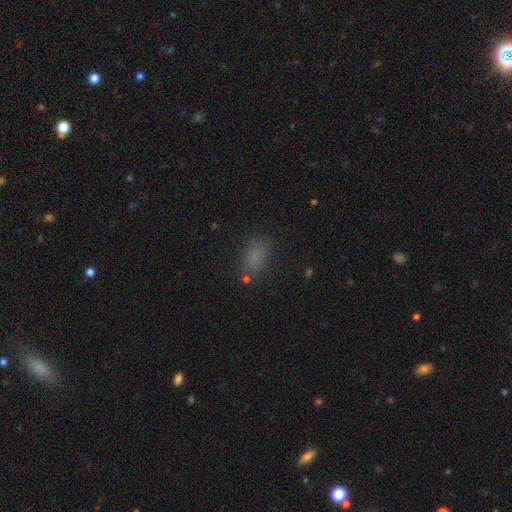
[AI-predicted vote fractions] This is likely a smooth galaxy (77%). How rounded: clearly in between (87%). Merging: likely none (74%).